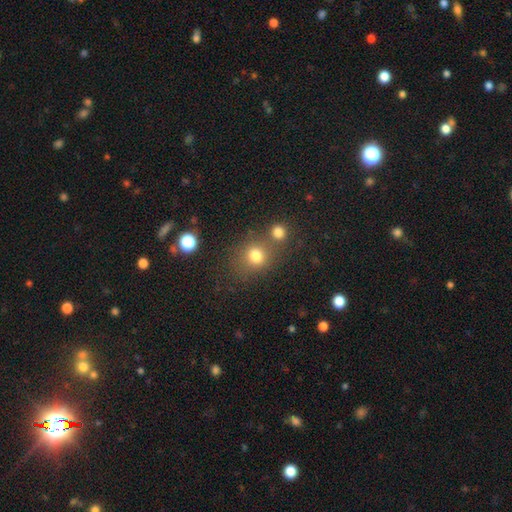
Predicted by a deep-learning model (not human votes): Smooth or featured?
  - smooth: 76% *
  - star or artifact: 15%
  - featured or disk: 8%
How rounded?
  - round: 77% *
  - in between: 22%
  - cigar-shaped: 1%
Merging?
  - none: 61% *
  - merger: 22%
  - minor disturbance: 12%
  - major disturbance: 5%